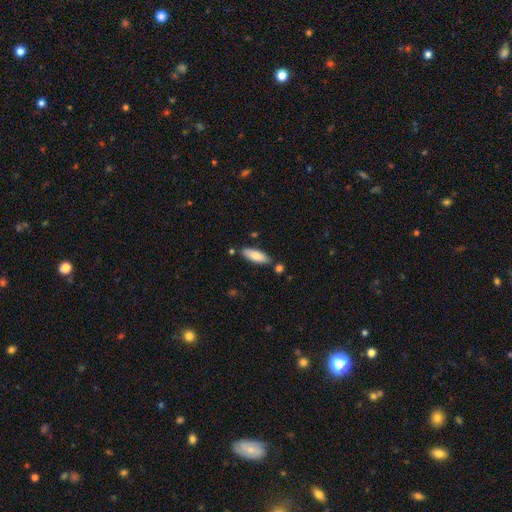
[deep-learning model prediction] This appears to be a smooth galaxy with no disk features (81%) that is in between round and cigar-shaped (67%). Merging: none (80%).